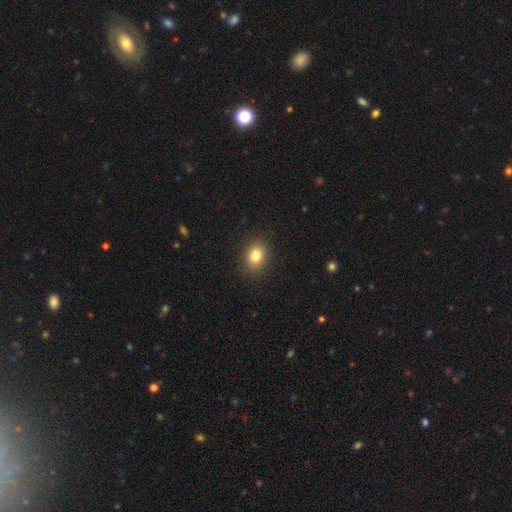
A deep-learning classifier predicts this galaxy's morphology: The model was most divided on "how rounded": in between: 60%, round: 39%, cigar-shaped: 1%. More confident: merging — none (88%); smooth or featured — smooth (83%).